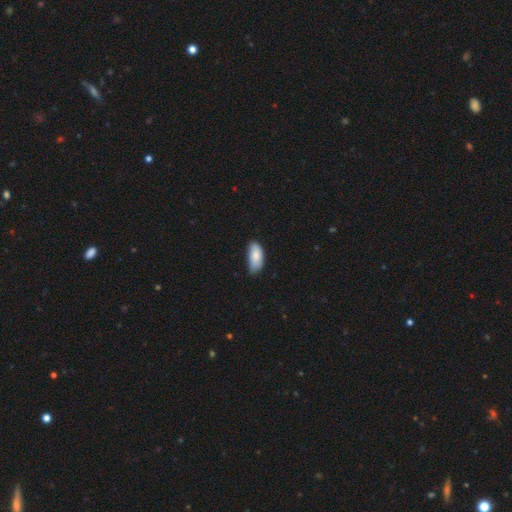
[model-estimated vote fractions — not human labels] A smooth galaxy with no disk features (84%) that is in between round and cigar-shaped (92%).

Vote fractions:
- Smooth or featured? smooth: 84% / featured or disk: 9% / star or artifact: 7%
- How rounded? in between: 92% / cigar-shaped: 6% / round: 2%
- Merging? none: 56% / minor disturbance: 37% / major disturbance: 5% / merger: 2%